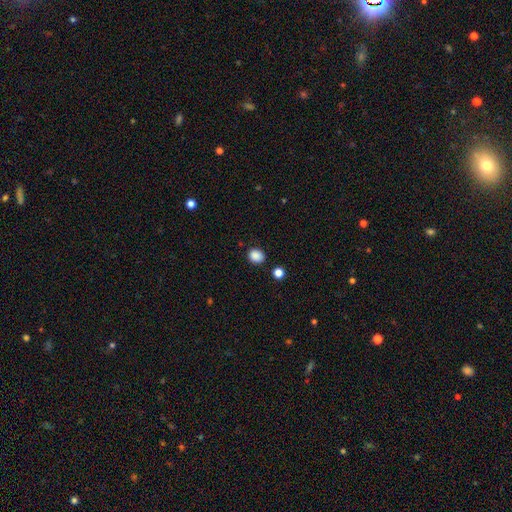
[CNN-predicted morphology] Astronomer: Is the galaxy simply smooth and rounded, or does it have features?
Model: smooth — 87%.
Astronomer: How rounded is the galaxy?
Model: round — 60% (runner-up: in between, 39%).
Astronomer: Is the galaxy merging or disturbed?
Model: none — 84%.